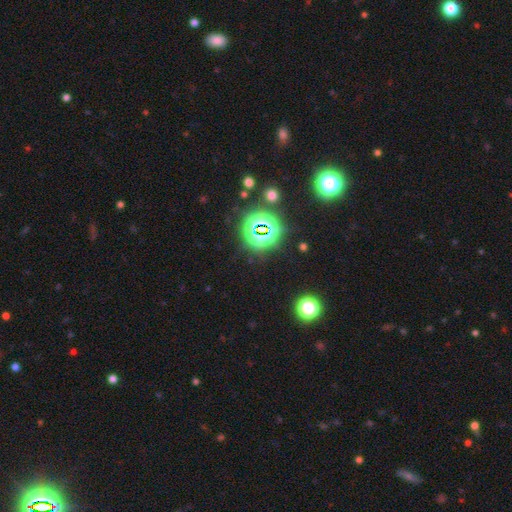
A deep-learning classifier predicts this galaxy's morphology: Smooth or featured? Predicted: star or artifact (p=0.79).